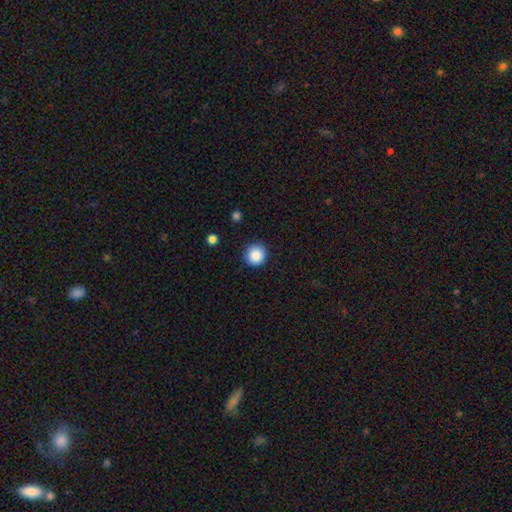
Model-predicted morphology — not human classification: Smooth or featured? smooth (87%)
How rounded? round (93%)
Merging? none (90%)